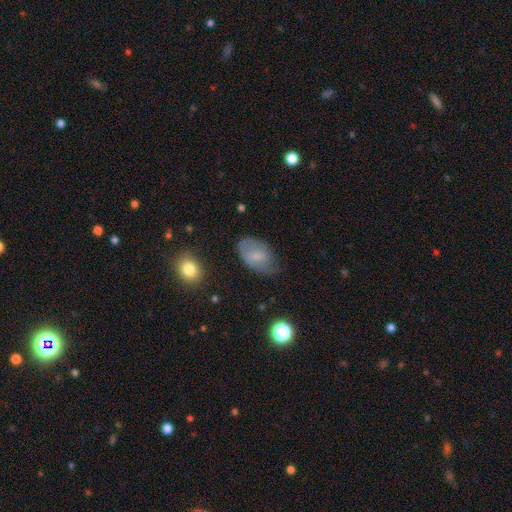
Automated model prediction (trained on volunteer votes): A smooth galaxy with no disk features (62%) that is in between round and cigar-shaped (90%).

Vote fractions:
- Smooth or featured? smooth: 62% / featured or disk: 29% / star or artifact: 9%
- How rounded? in between: 90% / round: 8% / cigar-shaped: 2%
- Merging? none: 54% / minor disturbance: 32% / major disturbance: 12% / merger: 2%